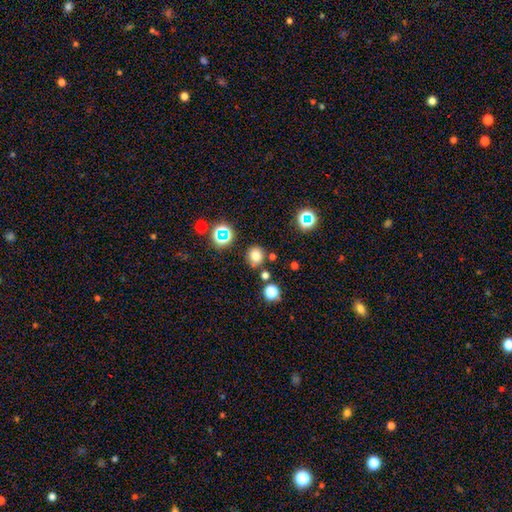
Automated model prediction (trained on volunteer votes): Overall: smooth (73%). How rounded: round (81%). Merging: none (78%).